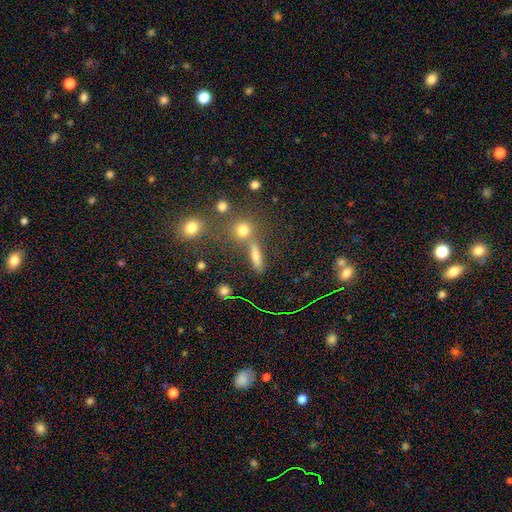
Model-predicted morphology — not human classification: Q: Smooth or featured?
A: smooth (68%); runner-up: star or artifact (18%)
Q: How rounded?
A: cigar-shaped (43%); runner-up: round (33%)
Q: Merging?
A: none (71%); runner-up: merger (14%)